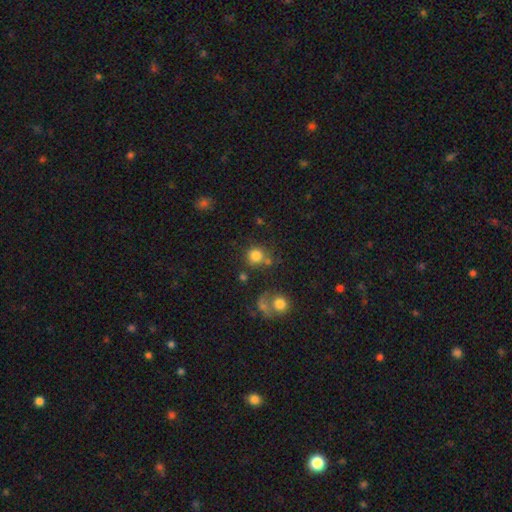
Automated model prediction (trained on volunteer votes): A smooth galaxy with no disk features (80%) that is round (89%). Merging: none (66%).